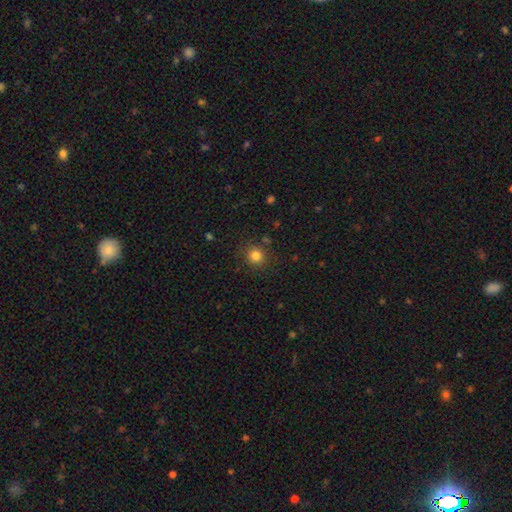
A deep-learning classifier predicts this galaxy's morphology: Smooth or featured? Predicted: smooth (p=0.82). How rounded? Predicted: round (p=0.91). Merging? Predicted: none (p=0.87).